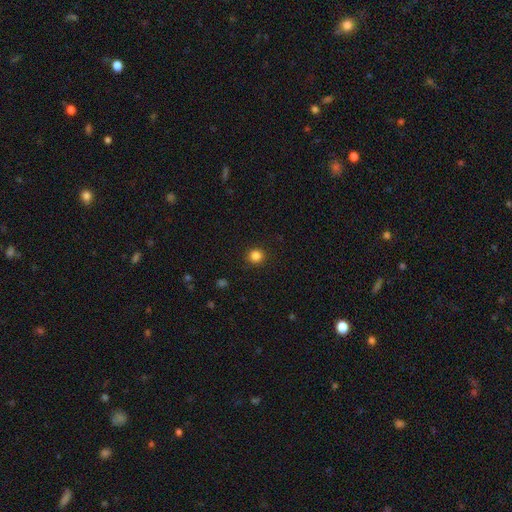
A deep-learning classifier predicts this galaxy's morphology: This is clearly a smooth galaxy (84%). How rounded: clearly round (93%). Merging: clearly none (92%).